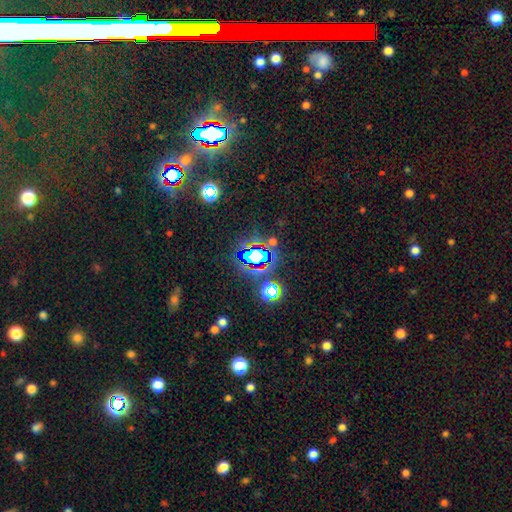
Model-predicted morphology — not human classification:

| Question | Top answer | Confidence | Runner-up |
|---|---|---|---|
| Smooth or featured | star or artifact | 69% | smooth (19%) |